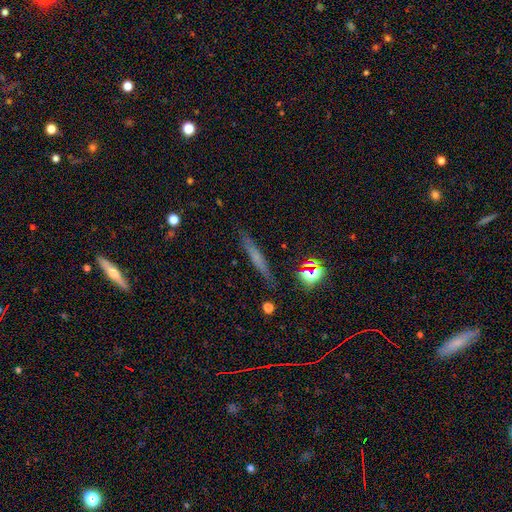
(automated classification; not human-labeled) Q: Smooth or featured?
A: featured or disk (43%); runner-up: smooth (41%)
Q: Merging?
A: none (85%); runner-up: minor disturbance (10%)